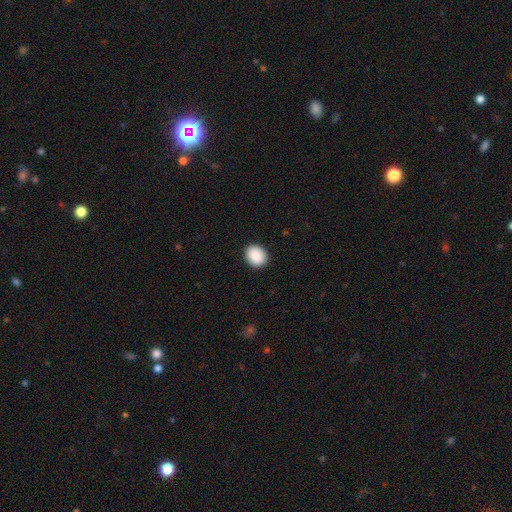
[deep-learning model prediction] Morphology: type=smooth (90%); roundness=in between (52%); merging=none (90%).